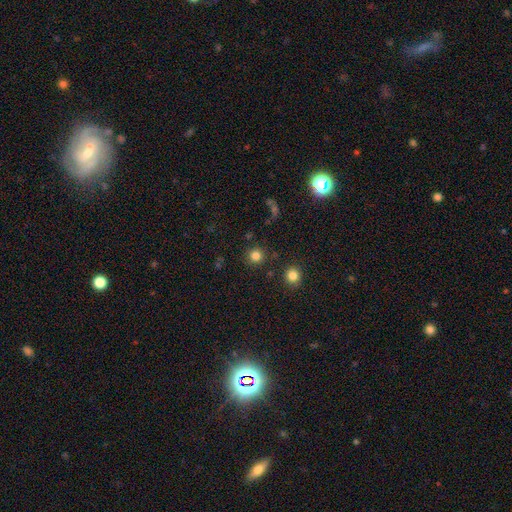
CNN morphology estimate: Overall: smooth (82%). How rounded: round (94%). Merging: none (88%).